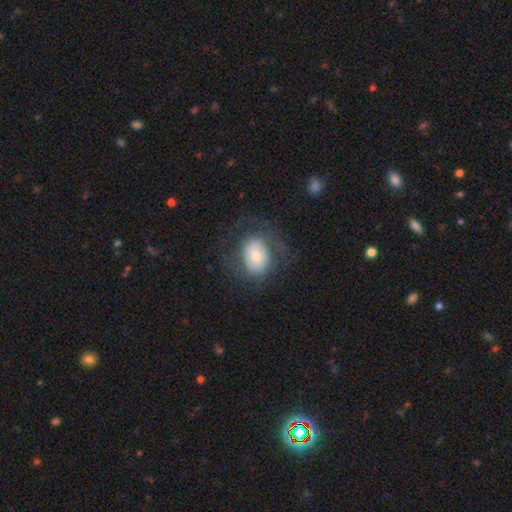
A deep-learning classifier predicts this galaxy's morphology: Smooth or featured: smooth — 48% (featured or disk — 44%)
Merging: none — 62% (major disturbance — 19%)